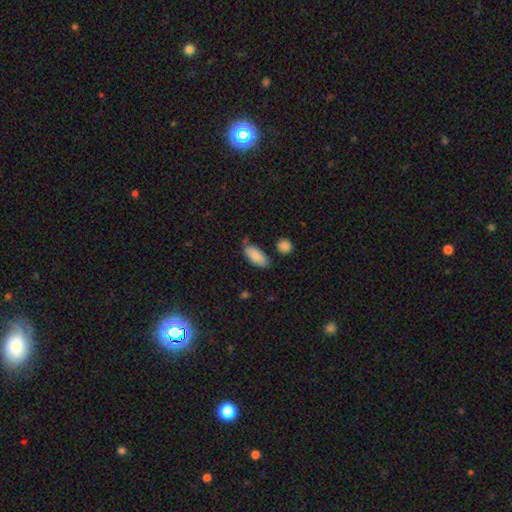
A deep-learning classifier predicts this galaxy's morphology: smooth_or_featured: smooth (p=0.86) [alt: featured or disk p=0.07]
how_rounded: in between (p=0.89) [alt: cigar-shaped p=0.09]
merging: none (p=0.74) [alt: minor disturbance p=0.18]